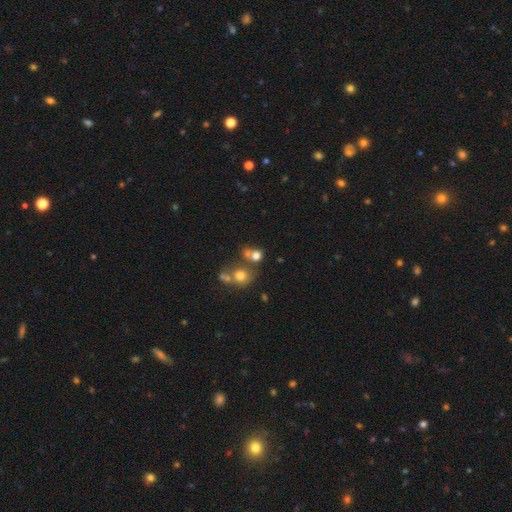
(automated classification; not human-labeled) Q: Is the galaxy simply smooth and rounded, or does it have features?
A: smooth — 70%.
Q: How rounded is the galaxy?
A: round — 76%.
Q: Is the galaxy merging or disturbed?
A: none — 47%.